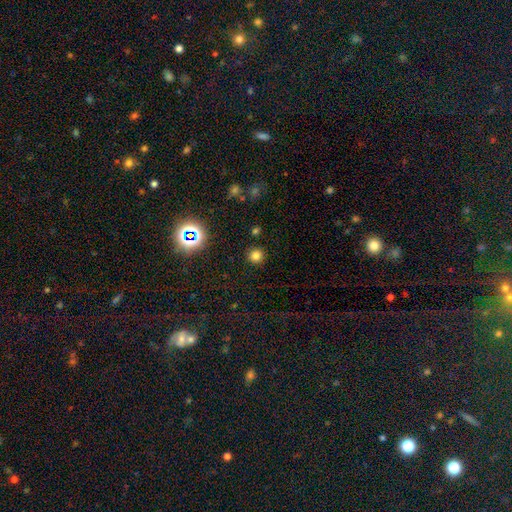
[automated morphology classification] smooth-or-featured: smooth: 76% | star or artifact: 19% | featured or disk: 5%
  how-rounded: round: 93% | in between: 6% | cigar-shaped: 1%
  merging: none: 90% | minor disturbance: 6% | major disturbance: 2% | merger: 2%